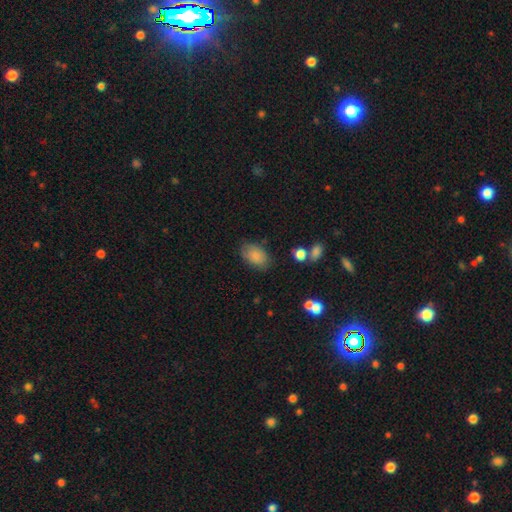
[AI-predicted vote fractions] smooth-or-featured: smooth: 85% | star or artifact: 8% | featured or disk: 8%
  how-rounded: in between: 89% | round: 9% | cigar-shaped: 1%
  merging: none: 77% | minor disturbance: 16% | major disturbance: 5% | merger: 2%